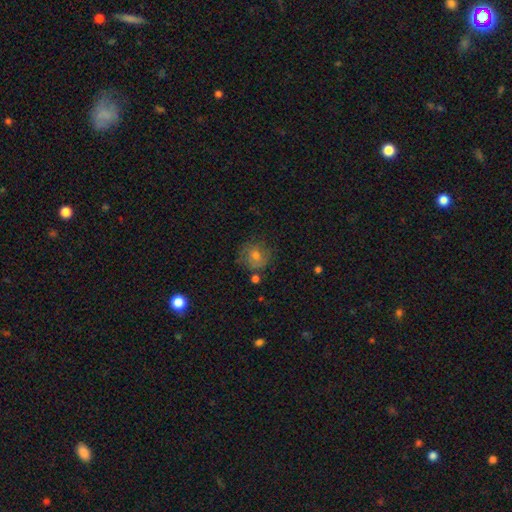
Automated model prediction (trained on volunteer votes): Smooth or featured? Predicted: smooth (p=0.68). How rounded? Predicted: round (p=0.83). Merging? Predicted: none (p=0.68).